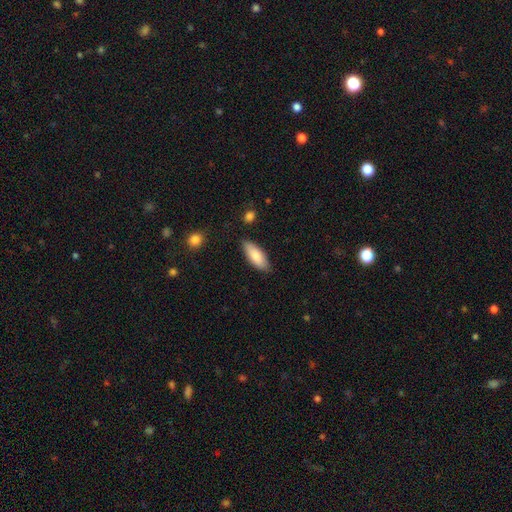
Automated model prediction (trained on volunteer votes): smooth 81%, featured or disk 13%, star or artifact 6%. Down the decision tree: how rounded — in between (75%); merging — none (83%).